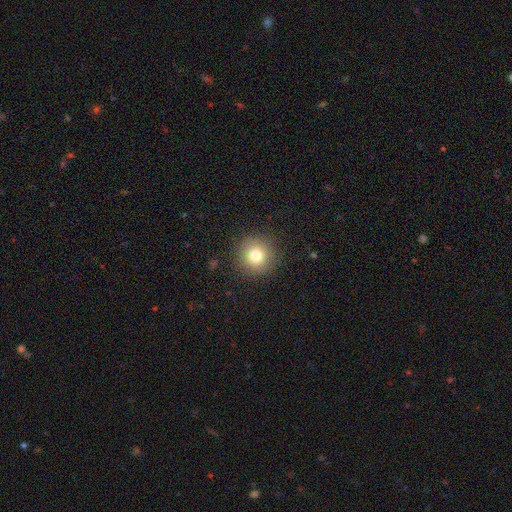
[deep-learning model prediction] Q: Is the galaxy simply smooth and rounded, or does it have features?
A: smooth — 79%.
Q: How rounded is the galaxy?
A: round — 94%.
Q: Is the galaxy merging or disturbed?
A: none — 90%.